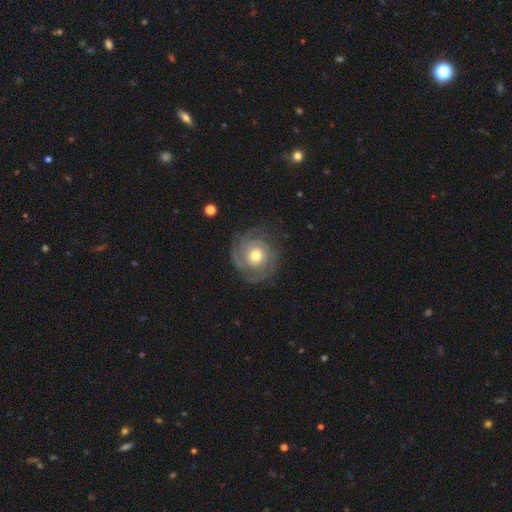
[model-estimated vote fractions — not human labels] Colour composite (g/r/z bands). It shows a featured or disk galaxy (84%) with no bar (81%), tight (75%) spiral arms (95%) and a moderate central bulge (74%). Merging: none (79%).